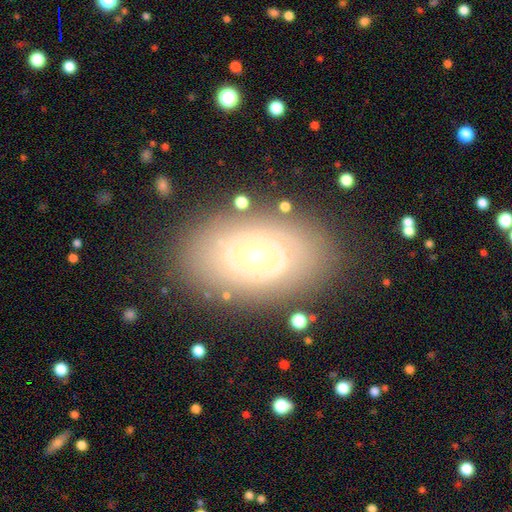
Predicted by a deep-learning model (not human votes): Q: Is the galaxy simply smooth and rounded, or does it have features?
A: featured or disk — 76%.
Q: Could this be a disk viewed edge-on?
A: no — 93%.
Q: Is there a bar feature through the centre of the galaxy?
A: no — 83%.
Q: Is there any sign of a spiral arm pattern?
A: no — 67%.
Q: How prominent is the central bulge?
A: moderate — 68%.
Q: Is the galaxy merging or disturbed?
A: none — 78%.